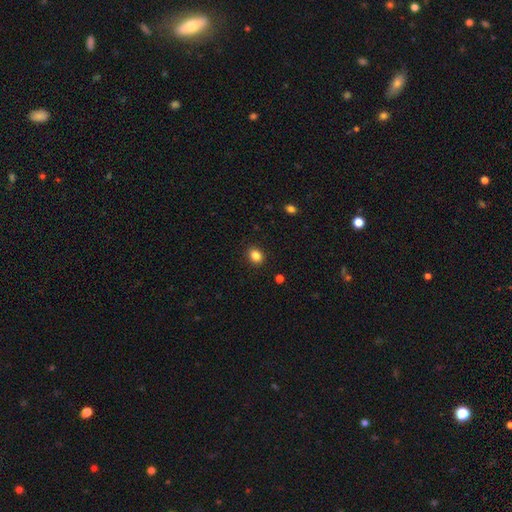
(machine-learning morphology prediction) Smooth or featured: smooth — 85% (star or artifact — 10%)
How rounded: round — 55% (in between — 44%)
Merging: none — 90% (minor disturbance — 7%)